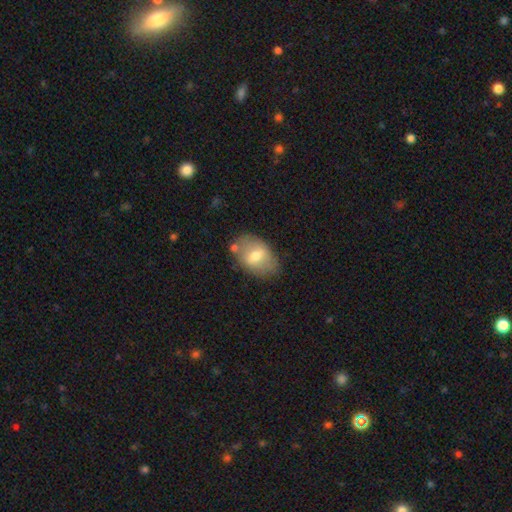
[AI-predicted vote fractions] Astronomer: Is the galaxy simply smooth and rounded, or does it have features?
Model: smooth — 61%.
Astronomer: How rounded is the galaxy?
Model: in between — 87%.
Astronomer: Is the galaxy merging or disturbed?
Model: none — 72%.